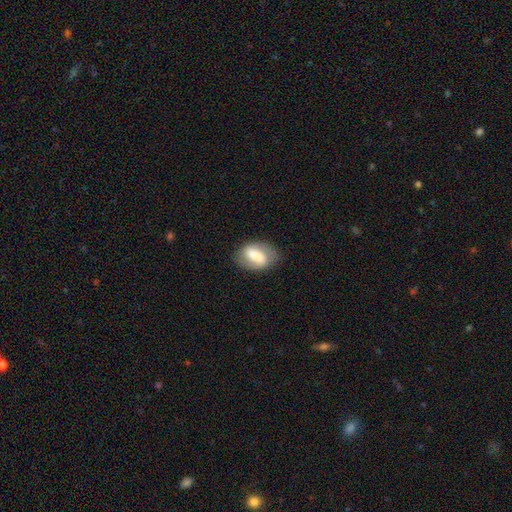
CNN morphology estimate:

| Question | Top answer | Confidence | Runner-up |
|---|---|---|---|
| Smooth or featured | smooth | 49% | featured or disk (43%) |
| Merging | none | 75% | minor disturbance (18%) |